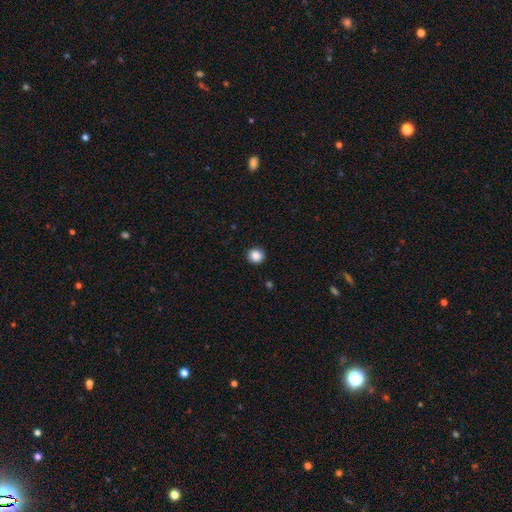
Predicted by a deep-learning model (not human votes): Smooth or featured: smooth — 87% (star or artifact — 9%)
How rounded: round — 93% (in between — 6%)
Merging: none — 93% (minor disturbance — 5%)